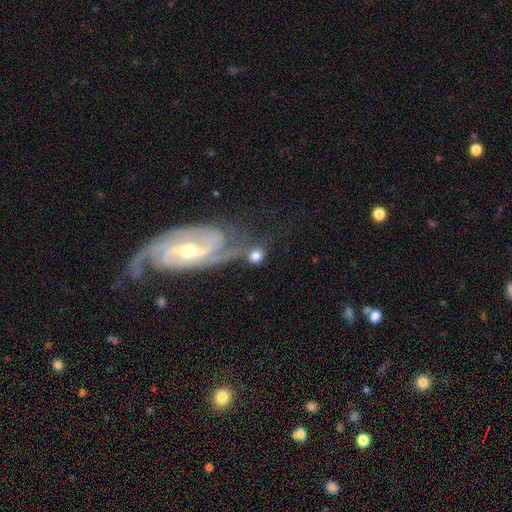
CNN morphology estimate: Smooth or featured: smooth — 69% (featured or disk — 21%)
How rounded: round — 73% (in between — 24%)
Merging: none — 49% (merger — 25%)